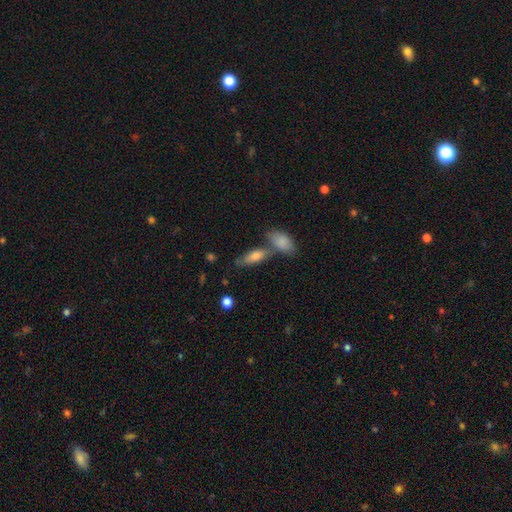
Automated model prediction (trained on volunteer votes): Morphology: type=smooth (65%); roundness=in between (65%); merging=none (53%).